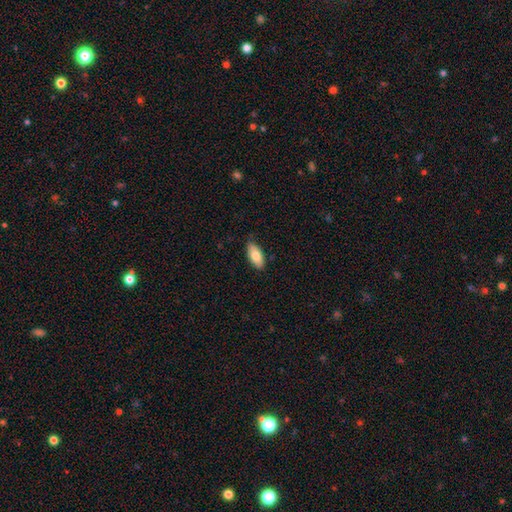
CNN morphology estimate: Q: Smooth or featured?
A: smooth (79%); runner-up: featured or disk (14%)
Q: How rounded?
A: in between (88%); runner-up: cigar-shaped (10%)
Q: Merging?
A: none (84%); runner-up: minor disturbance (13%)